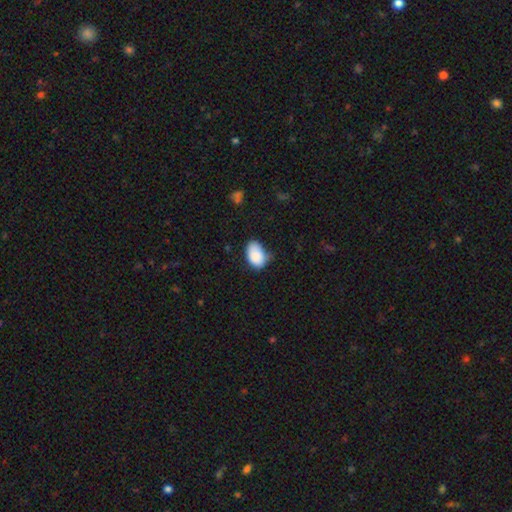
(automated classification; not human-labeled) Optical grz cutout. It shows a smooth galaxy with no disk features (88%) that is in between round and cigar-shaped (88%). Merging: none (54%).